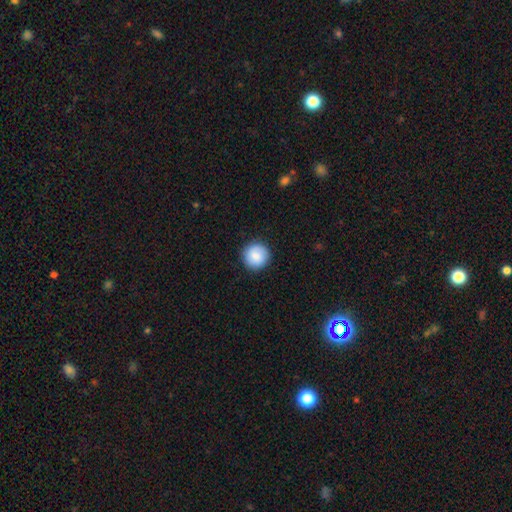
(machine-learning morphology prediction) Smooth or featured? Predicted: smooth (p=0.86). How rounded? Predicted: round (p=0.95). Merging? Predicted: none (p=0.91).